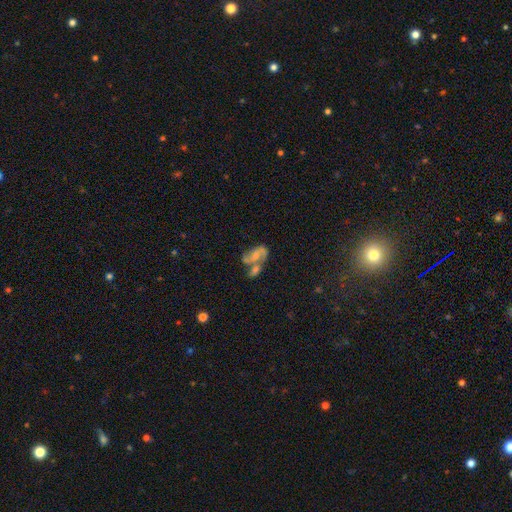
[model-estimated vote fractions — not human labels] Smooth or featured? featured or disk (68%)
Edge-on disk? no (96%)
Bar? no (55%)
Spiral arms? yes (84%)
Spiral winding? loose (54%)
Spiral arm count? 2 (84%)
Bulge size? small (36%)
Merging? merger (47%)